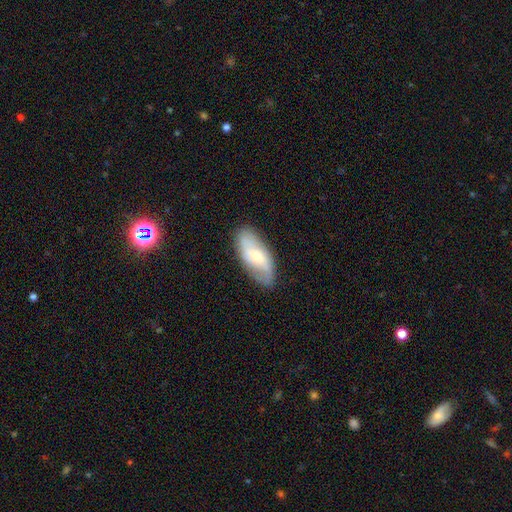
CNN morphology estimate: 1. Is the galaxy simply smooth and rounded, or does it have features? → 54% featured or disk, 40% smooth, 7% star or artifact.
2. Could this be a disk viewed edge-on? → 89% no, 11% yes.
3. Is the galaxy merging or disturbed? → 81% none, 14% minor disturbance, 4% major disturbance, 1% merger.